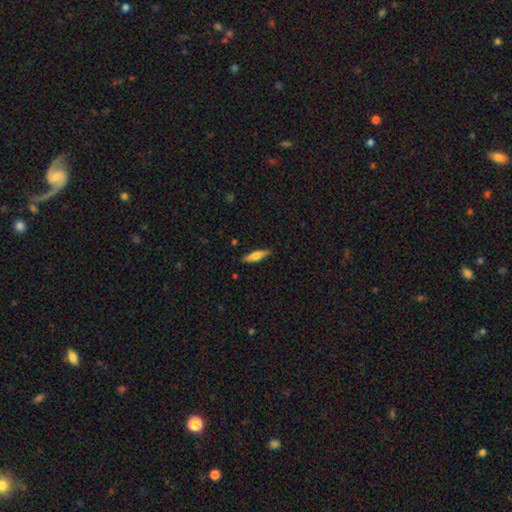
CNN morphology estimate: smooth 64%, featured or disk 30%, star or artifact 6%. Down the decision tree: how rounded — cigar-shaped (74%); merging — none (88%).